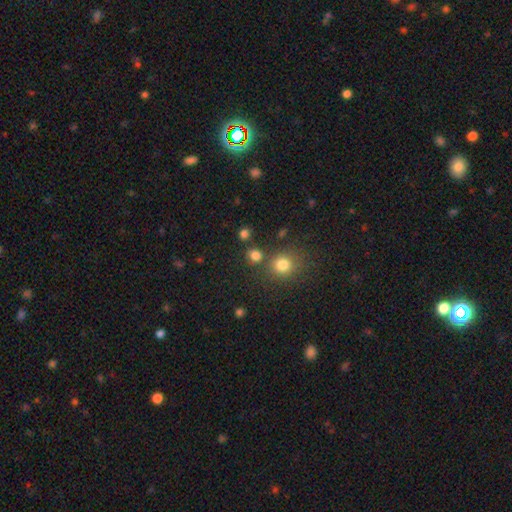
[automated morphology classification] Smooth or featured: smooth — 79% (star or artifact — 16%)
How rounded: round — 82% (in between — 17%)
Merging: none — 75% (merger — 13%)